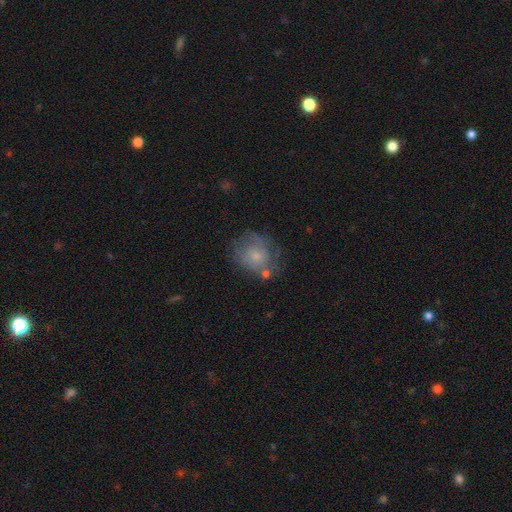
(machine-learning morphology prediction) smooth 52%, featured or disk 39%, star or artifact 9%. Down the decision tree: how rounded — round (69%); merging — none (55%).